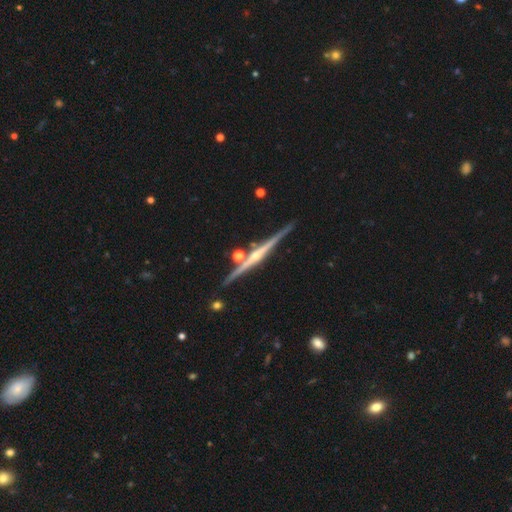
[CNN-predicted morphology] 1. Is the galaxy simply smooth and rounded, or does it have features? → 85% featured or disk, 9% smooth, 6% star or artifact.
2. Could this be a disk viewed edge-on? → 98% yes, 2% no.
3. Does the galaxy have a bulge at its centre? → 78% rounded, 15% none, 7% boxy.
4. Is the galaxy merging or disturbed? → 86% none, 8% minor disturbance, 5% merger, 2% major disturbance.